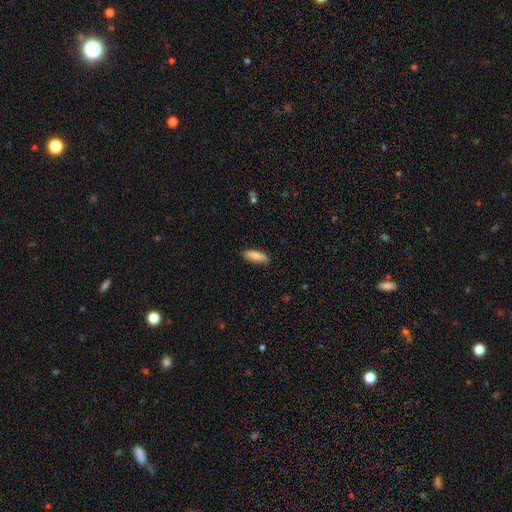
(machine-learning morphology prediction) A smooth galaxy with no disk features (78%) that is in between round and cigar-shaped (56%). Merging: none (87%).